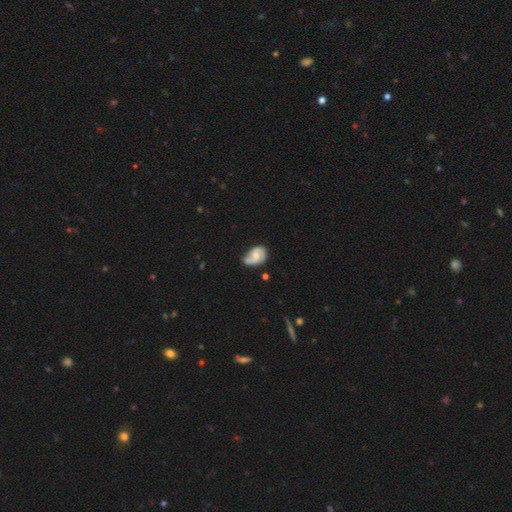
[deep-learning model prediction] smooth-or-featured: featured or disk: 69% | smooth: 25% | star or artifact: 6%
  disk-edge-on: no: 98% | yes: 2%
    bar: no: 53% | weak: 39% | strong: 8%
    has-spiral-arms: yes: 92% | no: 8%
      spiral-winding: medium: 45% | loose: 29% | tight: 26%
      spiral-arm-count: 2: 78% | 1: 11% | can't tell: 7% | 3: 2% | 4: 1% | more than 4: 1%
    bulge-size: moderate: 44% | small: 43% | none: 10% | large: 3% | dominant: 1%
  merging: none: 50% | minor disturbance: 33% | major disturbance: 12% | merger: 6%